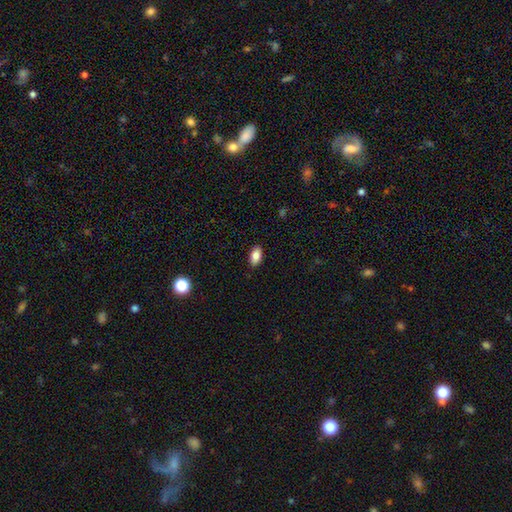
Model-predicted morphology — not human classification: A smooth galaxy with no disk features (84%) that is in between round and cigar-shaped (92%). Merging: none (89%).